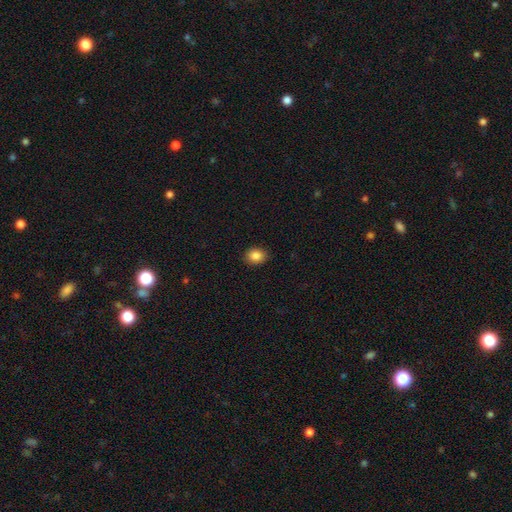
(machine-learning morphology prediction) Smooth or featured: smooth — 87% (star or artifact — 9%)
How rounded: in between — 56% (round — 43%)
Merging: none — 88% (minor disturbance — 9%)